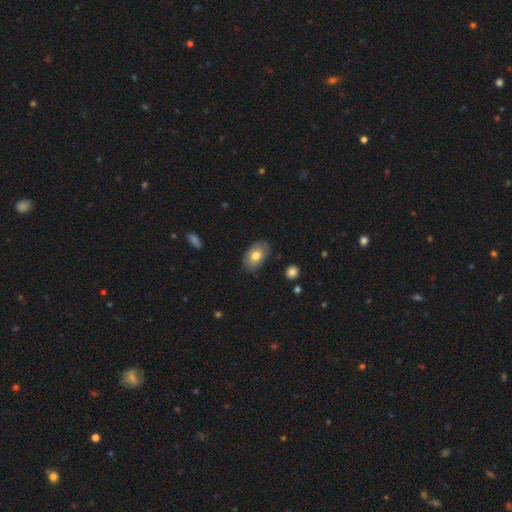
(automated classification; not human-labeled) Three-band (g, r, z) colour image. It shows a smooth galaxy with no disk features (76%) that is in between round and cigar-shaped (91%). Merging: none (81%).